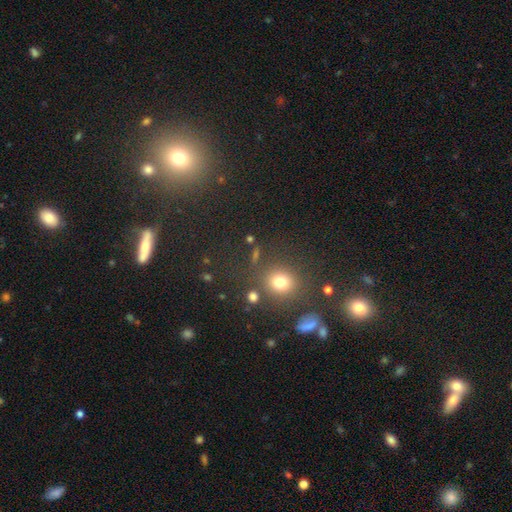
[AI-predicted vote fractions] Smooth or featured? smooth (63%)
How rounded? round (71%)
Merging? none (80%)